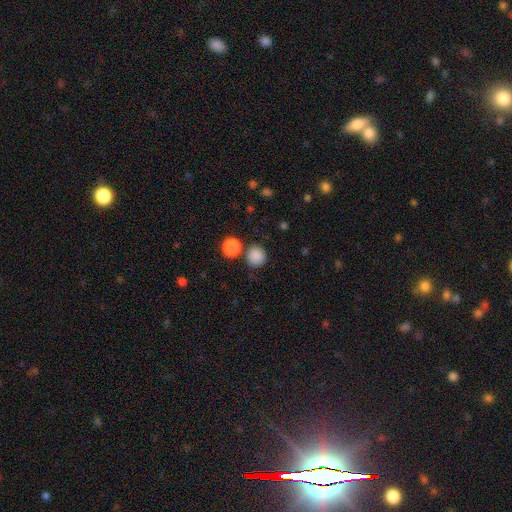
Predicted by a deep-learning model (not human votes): The model was most divided on "merging": none: 79%, minor disturbance: 9%, merger: 9%, major disturbance: 3%. More confident: how rounded — round (91%); smooth or featured — smooth (86%).